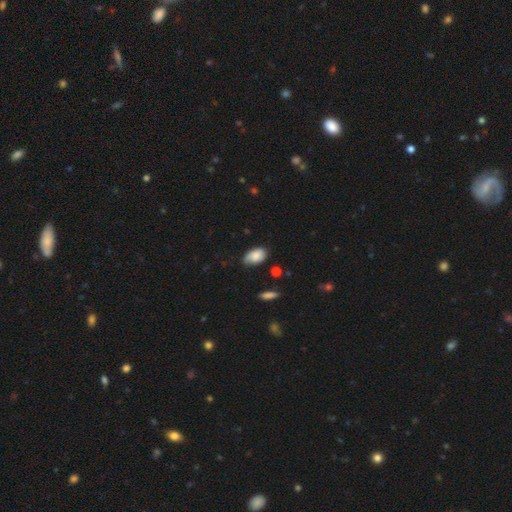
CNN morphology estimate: Q: Smooth or featured?
A: smooth (80%); runner-up: featured or disk (13%)
Q: How rounded?
A: in between (92%); runner-up: round (6%)
Q: Merging?
A: none (60%); runner-up: minor disturbance (32%)